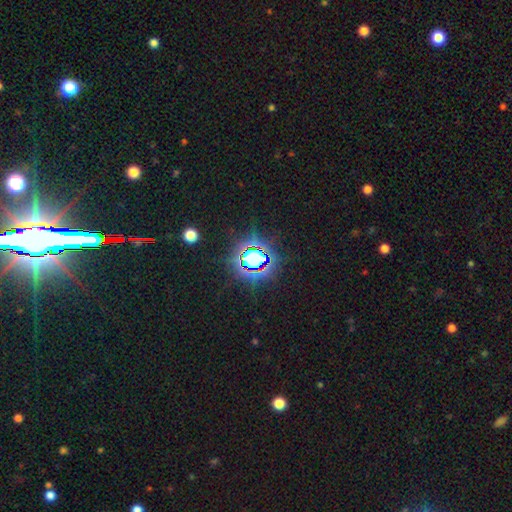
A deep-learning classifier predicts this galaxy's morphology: This appears to be a star or artifact, not a galaxy (78%).